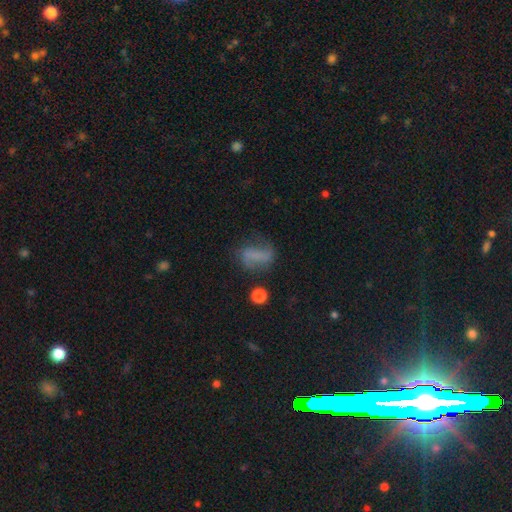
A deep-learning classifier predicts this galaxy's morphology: This is possibly a featured or disk galaxy (46%). Merging: possibly none (56%).